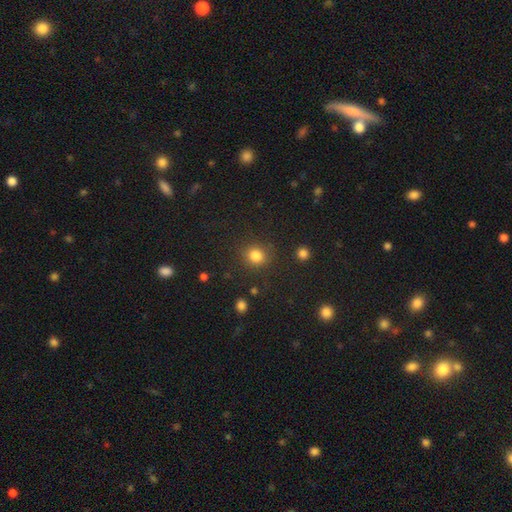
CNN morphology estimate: smooth 83%, star or artifact 12%, featured or disk 5%. Down the decision tree: how rounded — round (82%); merging — none (84%).